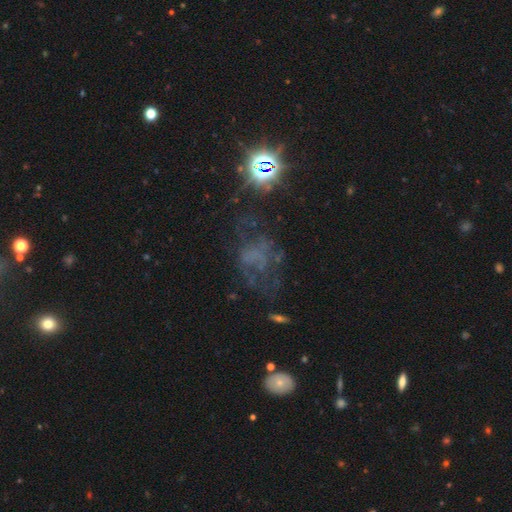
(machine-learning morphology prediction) The model was most divided on "smooth or featured": featured or disk: 43%, star or artifact: 36%, smooth: 22%. Remaining: merging — none (44%).